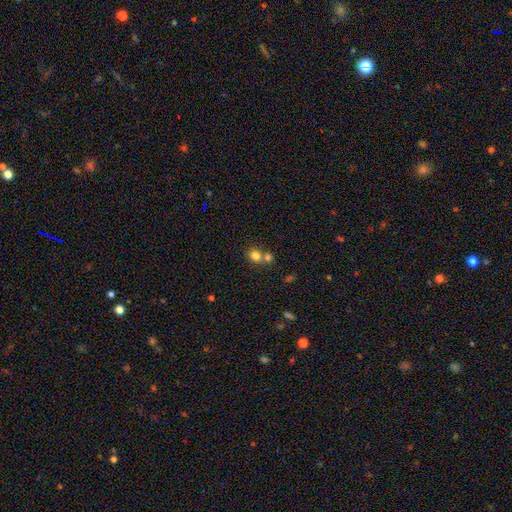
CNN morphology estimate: Smooth or featured: smooth — 79% (star or artifact — 13%)
How rounded: round — 80% (in between — 19%)
Merging: none — 46% (merger — 45%)